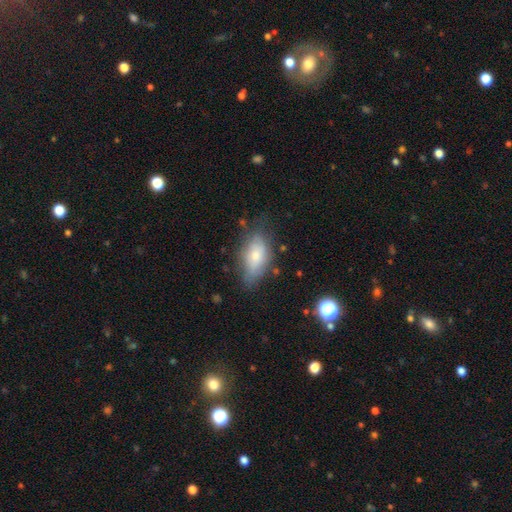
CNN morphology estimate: Smooth or featured: smooth — 66% (featured or disk — 26%)
How rounded: in between — 88% (cigar-shaped — 8%)
Merging: none — 60% (minor disturbance — 28%)